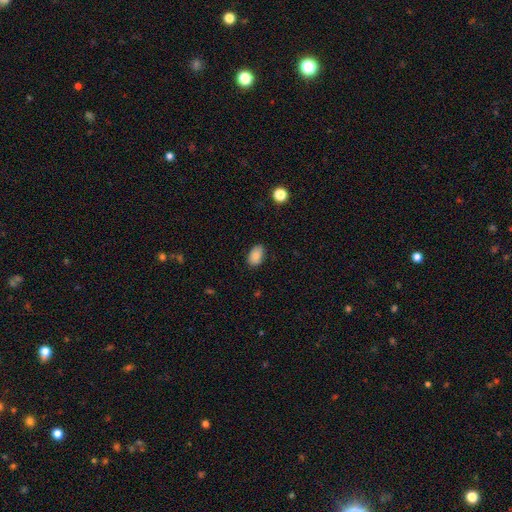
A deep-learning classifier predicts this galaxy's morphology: smooth 85%, star or artifact 8%, featured or disk 7%. Down the decision tree: how rounded — in between (89%); merging — none (78%).